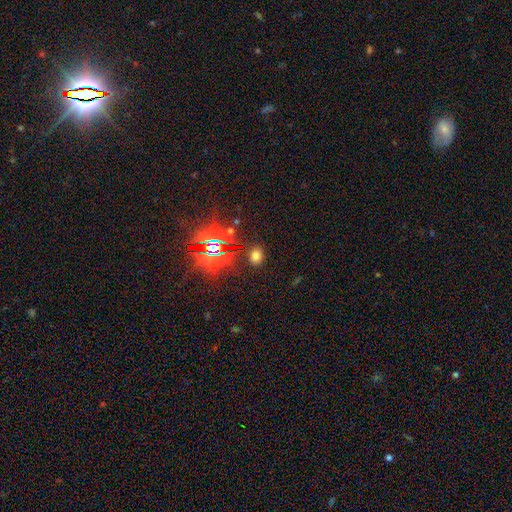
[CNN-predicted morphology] A smooth galaxy with no disk features (62%) that is in between round and cigar-shaped (53%). Merging: none (86%).